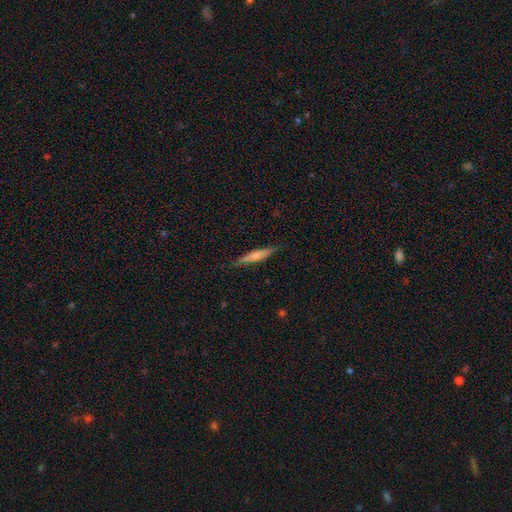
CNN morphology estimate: This is possibly a smooth galaxy (57%). How rounded: clearly cigar-shaped (89%). Merging: clearly none (86%).